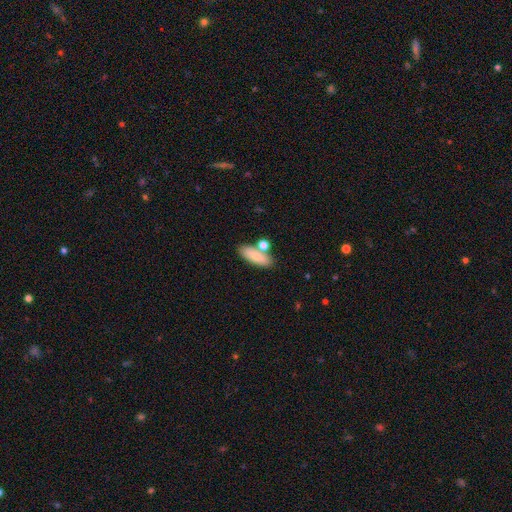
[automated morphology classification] smooth 79%, featured or disk 14%, star or artifact 7%. Down the decision tree: how rounded — in between (62%); merging — none (67%).